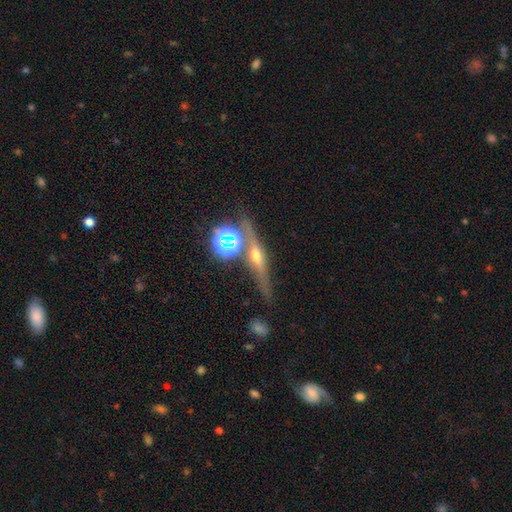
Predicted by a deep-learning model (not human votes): A featured or disk galaxy (61%) viewed edge-on (92%) with a rounded central bulge (88%).

Vote fractions:
- Smooth or featured? featured or disk: 61% / star or artifact: 22% / smooth: 17%
- Edge-on disk? yes: 92% / no: 8%
- Edge-on bulge? rounded: 88% / boxy: 7% / none: 5%
- Merging? none: 79% / minor disturbance: 10% / merger: 7% / major disturbance: 4%